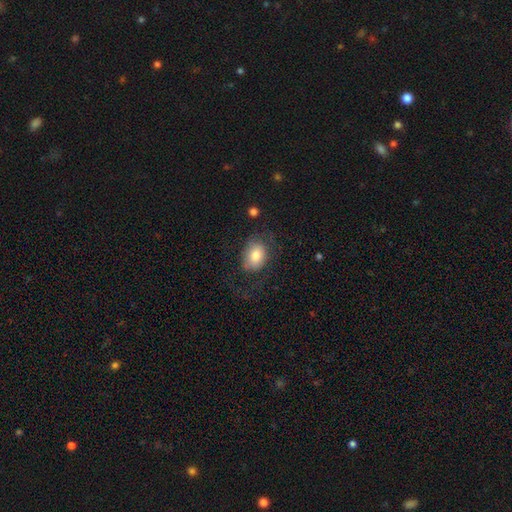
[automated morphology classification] A smooth galaxy with no disk features (76%) that is in between round and cigar-shaped (69%). Merging: none (55%).